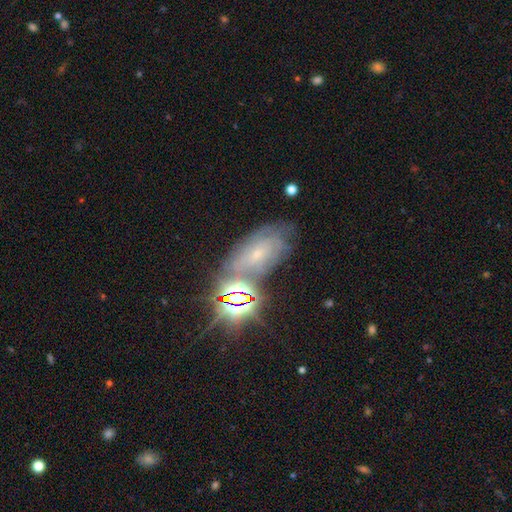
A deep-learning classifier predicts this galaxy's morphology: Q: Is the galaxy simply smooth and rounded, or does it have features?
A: smooth — 36%.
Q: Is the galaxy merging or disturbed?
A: merger — 42%.